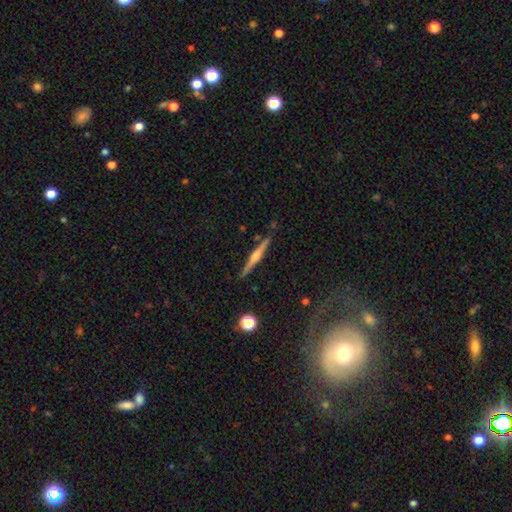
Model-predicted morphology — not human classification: smooth-or-featured: featured or disk: 72% | smooth: 21% | star or artifact: 7%
  disk-edge-on: yes: 98% | no: 2%
    edge-on-bulge: rounded: 78% | boxy: 12% | none: 10%
  merging: none: 89% | minor disturbance: 8% | merger: 2% | major disturbance: 2%